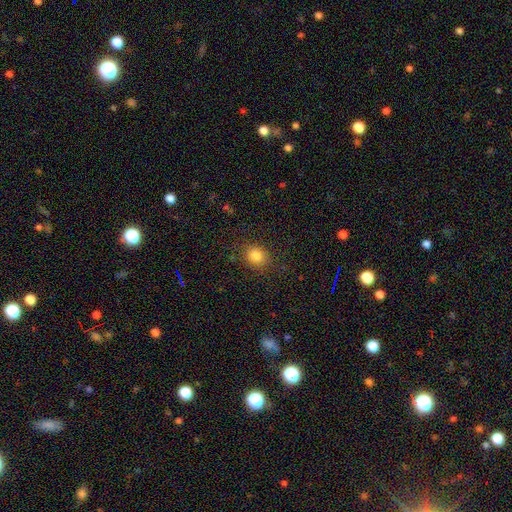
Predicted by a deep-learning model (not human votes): Morphology: type=smooth (83%); roundness=round (64%); merging=none (84%).